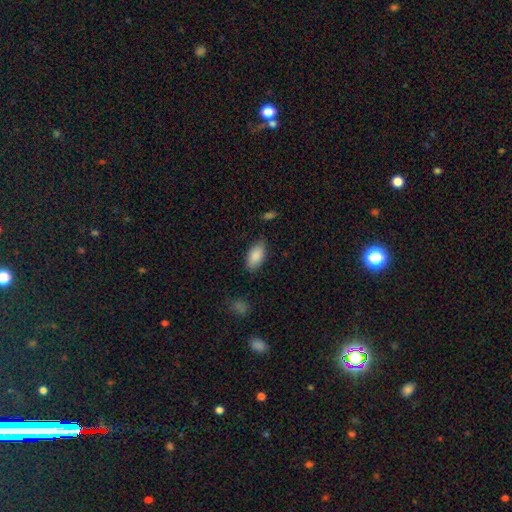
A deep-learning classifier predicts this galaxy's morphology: Overall: smooth (88%). How rounded: in between (93%). Merging: none (80%).